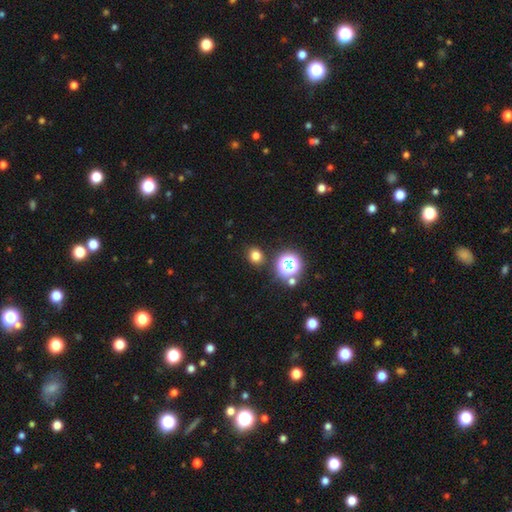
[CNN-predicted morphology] Q: Smooth or featured?
A: smooth (75%); runner-up: star or artifact (19%)
Q: How rounded?
A: round (76%); runner-up: in between (23%)
Q: Merging?
A: none (87%); runner-up: minor disturbance (7%)